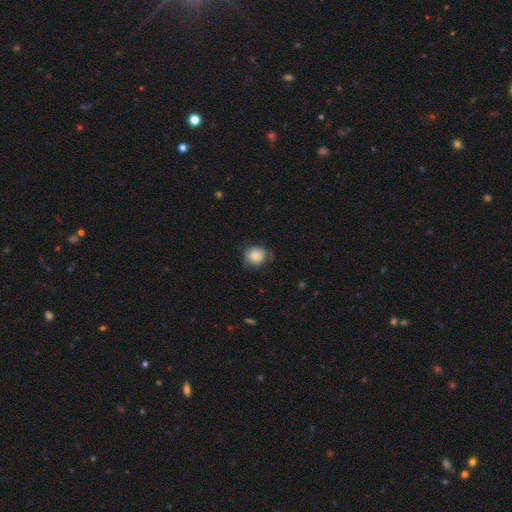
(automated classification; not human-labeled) Overall: smooth (80%). How rounded: round (80%). Merging: none (65%; minor disturbance 26%).